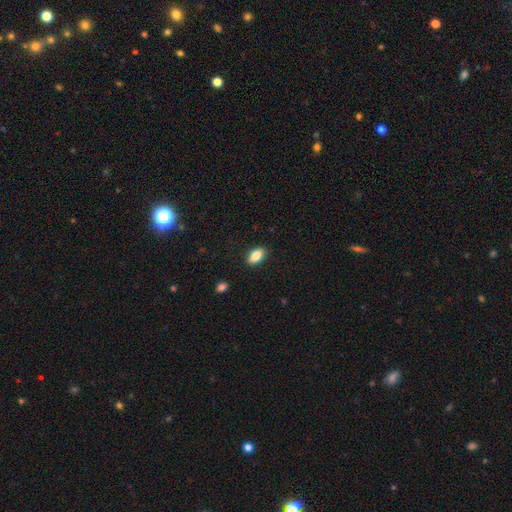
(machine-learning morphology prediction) This is clearly a smooth galaxy (85%). How rounded: clearly in between (91%). Merging: clearly none (89%).